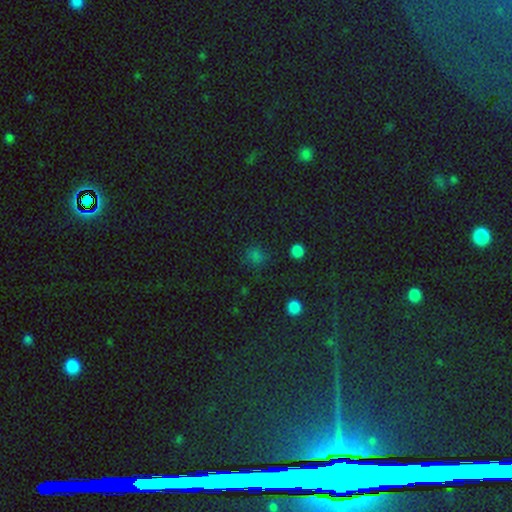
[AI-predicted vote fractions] Overall: smooth (57%; star or artifact 37%). How rounded: round (83%). Merging: none (78%).